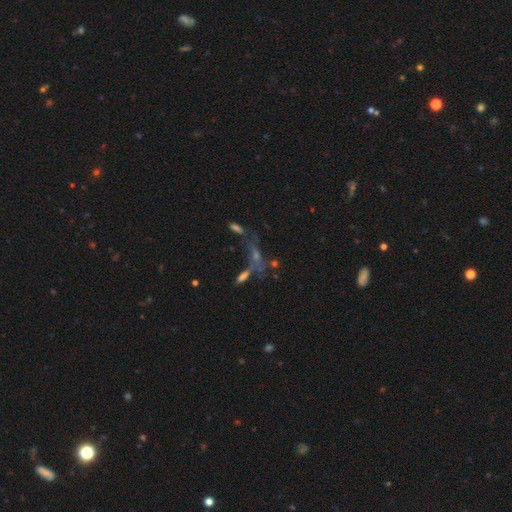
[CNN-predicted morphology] smooth-or-featured: star or artifact: 37% | featured or disk: 34% | smooth: 28%